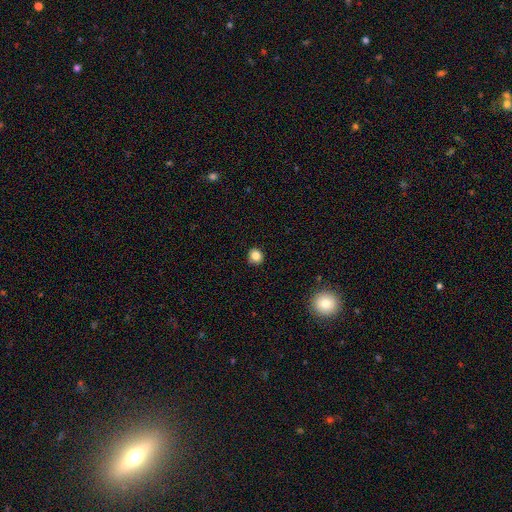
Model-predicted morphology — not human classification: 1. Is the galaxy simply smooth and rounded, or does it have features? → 84% smooth, 11% star or artifact, 5% featured or disk.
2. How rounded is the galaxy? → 82% round, 17% in between, 1% cigar-shaped.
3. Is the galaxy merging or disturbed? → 87% none, 9% minor disturbance, 2% major disturbance, 1% merger.